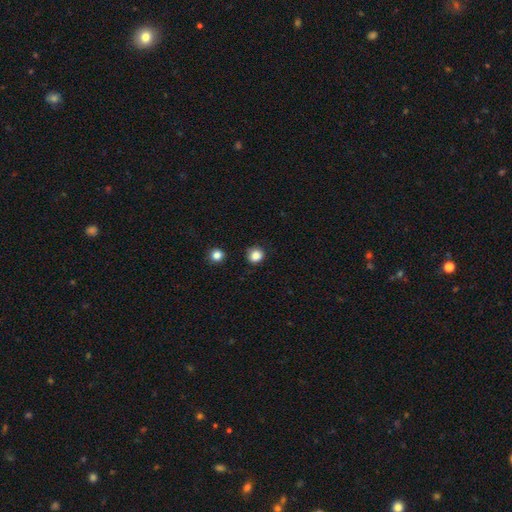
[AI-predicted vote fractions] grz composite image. It shows a smooth galaxy with no disk features (86%) that is round (86%). Merging: none (81%).